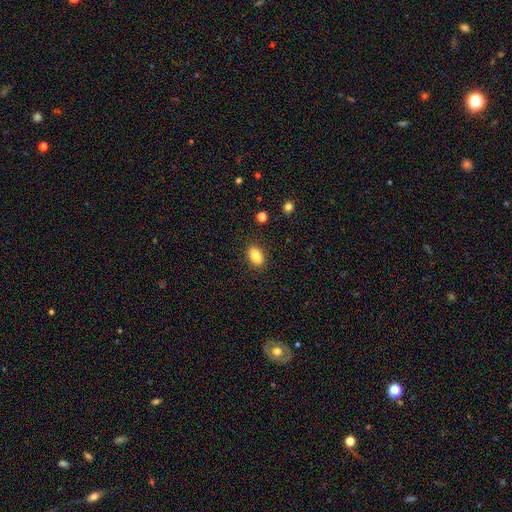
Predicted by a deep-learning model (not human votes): A smooth galaxy with no disk features (84%) that is in between round and cigar-shaped (89%). Merging: none (88%).